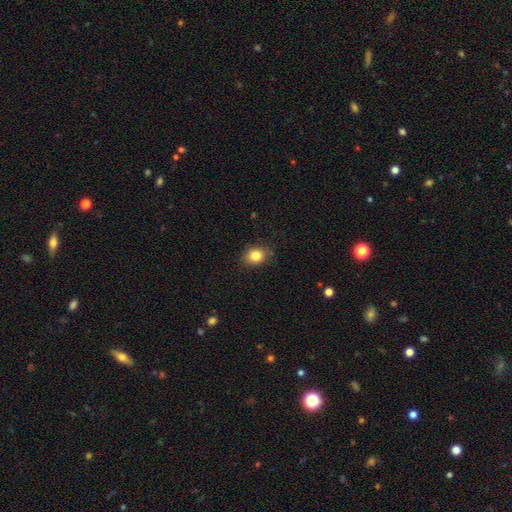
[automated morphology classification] This appears to be a smooth galaxy with no disk features (83%) that is round (60%). Merging: none (83%).